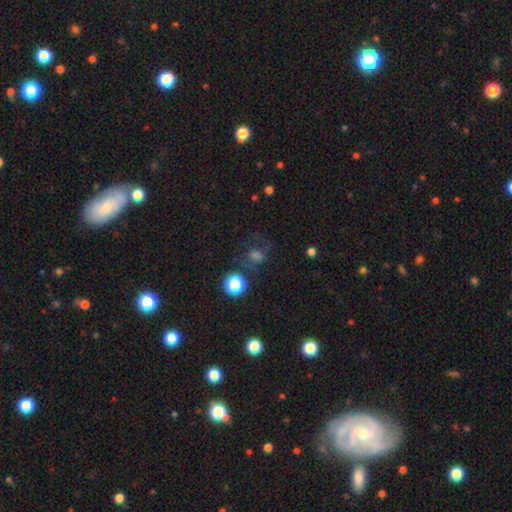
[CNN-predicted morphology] A smooth galaxy with no disk features (47%).

Vote fractions:
- Smooth or featured? smooth: 47% / star or artifact: 32% / featured or disk: 21%
- Merging? none: 61% / minor disturbance: 18% / major disturbance: 16% / merger: 5%